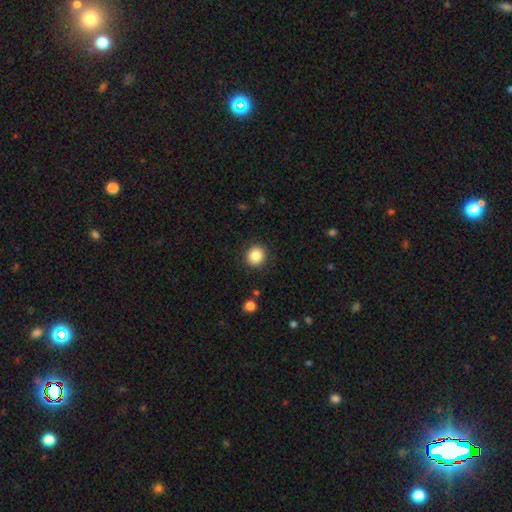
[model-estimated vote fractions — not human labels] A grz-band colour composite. It shows a smooth galaxy with no disk features (86%) that is round (90%). Merging: none (90%).